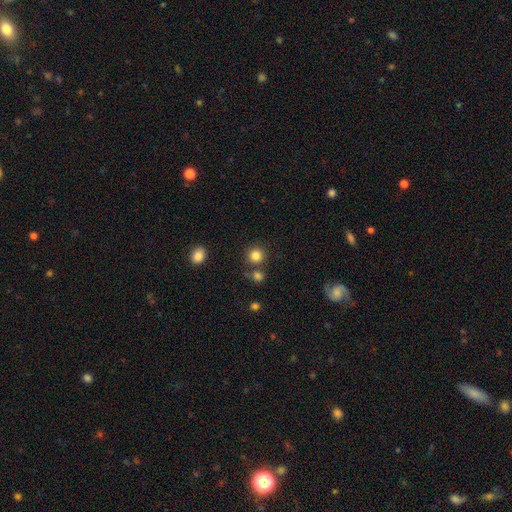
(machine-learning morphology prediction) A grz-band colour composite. It shows a smooth galaxy with no disk features (84%) that is round (91%). Merging: none (76%).